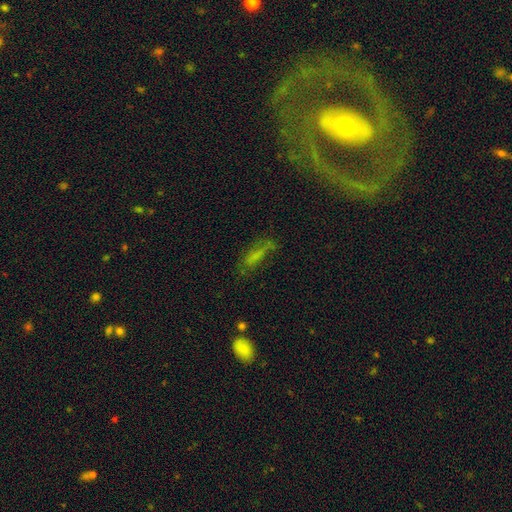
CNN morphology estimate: This is possibly a smooth galaxy (55%). How rounded: possibly cigar-shaped (57%). Merging: possibly none (52%).